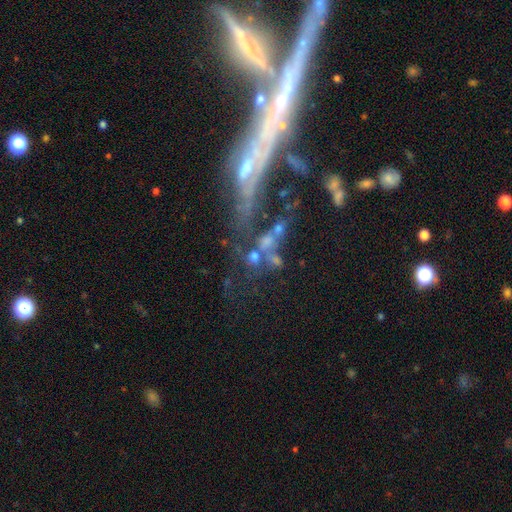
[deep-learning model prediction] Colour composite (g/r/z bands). It shows a featured or disk galaxy (50%). Merging: merger (37%).